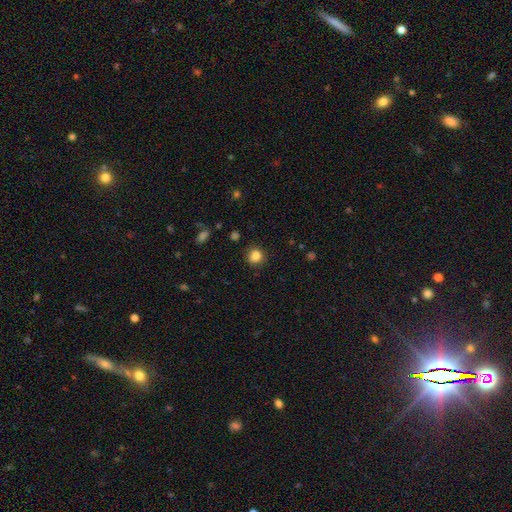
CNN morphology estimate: smooth-or-featured: smooth: 84% | star or artifact: 11% | featured or disk: 5%
  how-rounded: round: 87% | in between: 13% | cigar-shaped: 1%
  merging: none: 85% | minor disturbance: 11% | major disturbance: 3% | merger: 1%